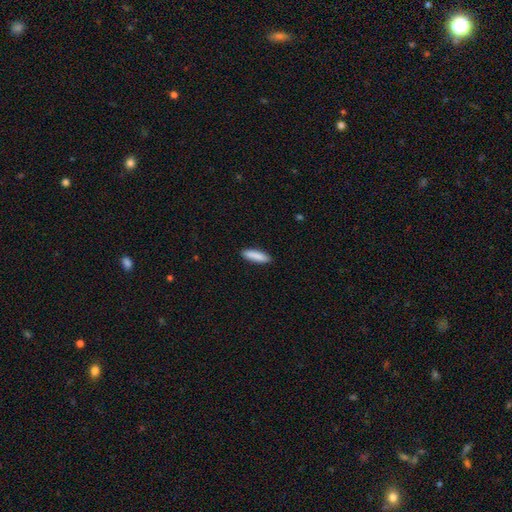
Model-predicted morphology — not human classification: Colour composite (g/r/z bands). It shows a smooth galaxy with no disk features (89%) that is cigar-shaped (62%). Merging: none (89%).